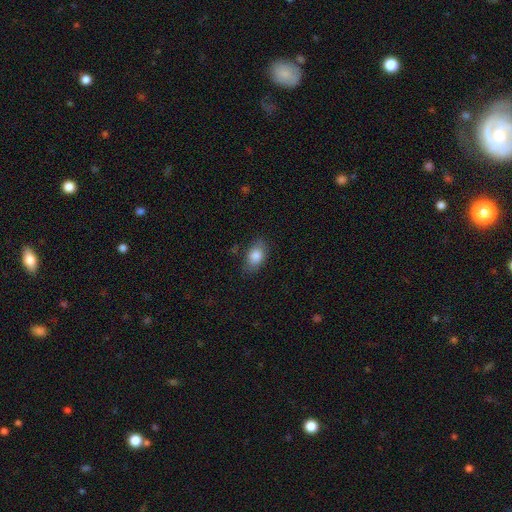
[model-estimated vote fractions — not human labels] Smooth or featured?
  - smooth: 83% *
  - featured or disk: 9%
  - star or artifact: 8%
How rounded?
  - in between: 85% *
  - round: 13%
  - cigar-shaped: 2%
Merging?
  - none: 78% *
  - minor disturbance: 17%
  - major disturbance: 4%
  - merger: 1%